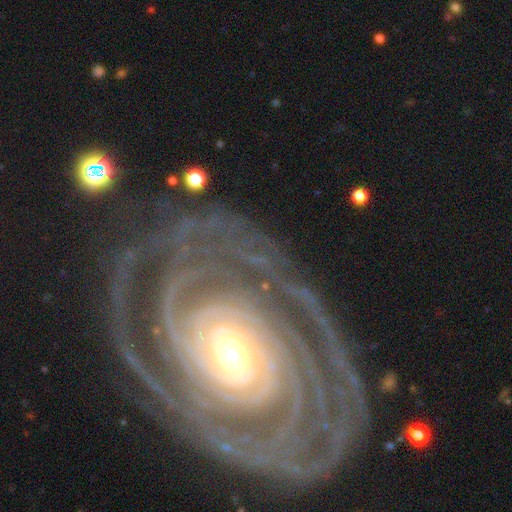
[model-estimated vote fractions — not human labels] smooth_or_featured: featured or disk (p=0.92) [alt: star or artifact p=0.05]
disk_edge_on: no (p=0.97) [alt: yes p=0.03]
bar: no (p=0.52) [alt: weak p=0.25]
has_spiral_arms: yes (p=0.98) [alt: no p=0.02]
spiral_winding: tight (p=0.85) [alt: medium p=0.12]
spiral_arm_count: can't tell (p=0.19) [alt: 3 p=0.18]
bulge_size: moderate (p=0.51) [alt: small p=0.42]
merging: none (p=0.79) [alt: minor disturbance p=0.13]